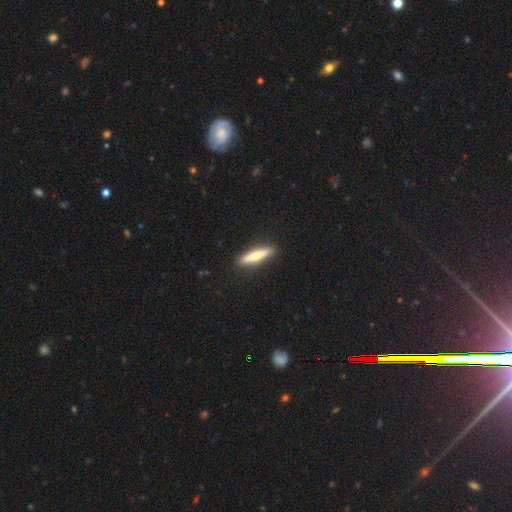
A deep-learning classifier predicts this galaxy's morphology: Smooth or featured?
  - smooth: 59% *
  - featured or disk: 35%
  - star or artifact: 5%
How rounded?
  - cigar-shaped: 84% *
  - in between: 15%
  - round: 2%
Merging?
  - none: 91% *
  - minor disturbance: 7%
  - major disturbance: 2%
  - merger: 1%